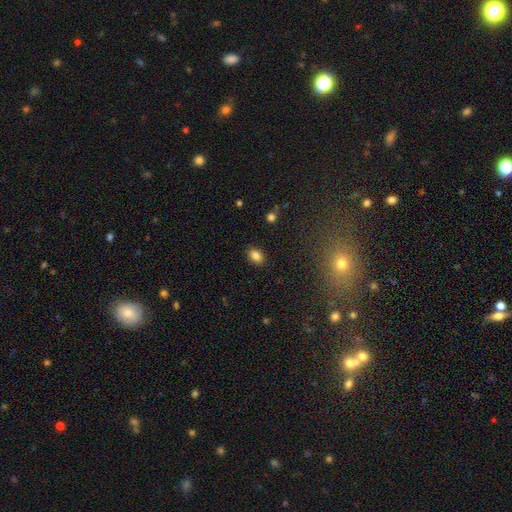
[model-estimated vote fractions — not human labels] This is clearly a smooth galaxy (85%). How rounded: likely in between (77%). Merging: clearly none (88%).